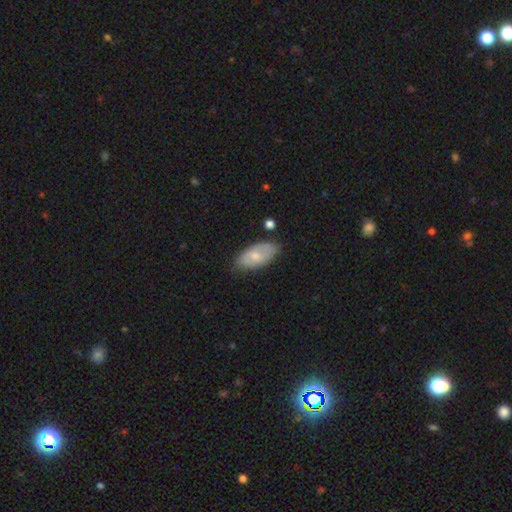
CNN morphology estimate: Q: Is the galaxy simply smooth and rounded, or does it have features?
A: smooth — 65%.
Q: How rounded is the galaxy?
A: in between — 93%.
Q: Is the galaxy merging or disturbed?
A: none — 77%.